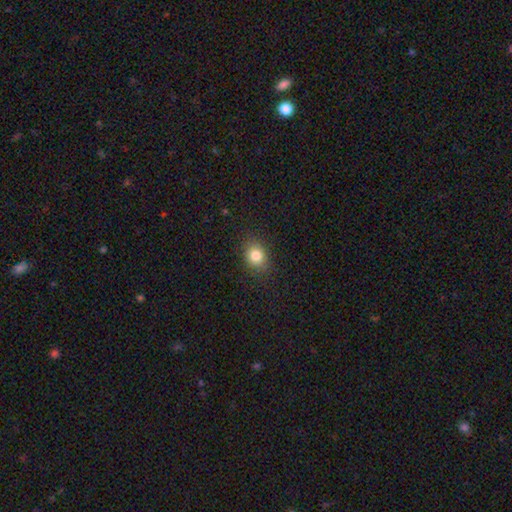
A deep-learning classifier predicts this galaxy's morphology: Smooth or featured? Predicted: smooth (p=0.83). How rounded? Predicted: round (p=0.52). Merging? Predicted: none (p=0.86).